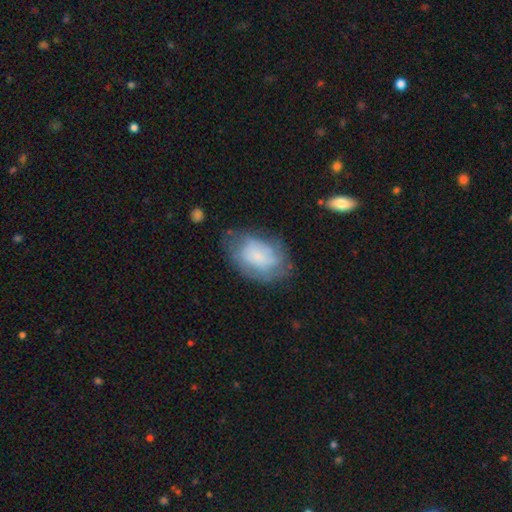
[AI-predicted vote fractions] smooth_or_featured: smooth (p=0.50) [alt: featured or disk p=0.41]
merging: none (p=0.55) [alt: minor disturbance p=0.27]